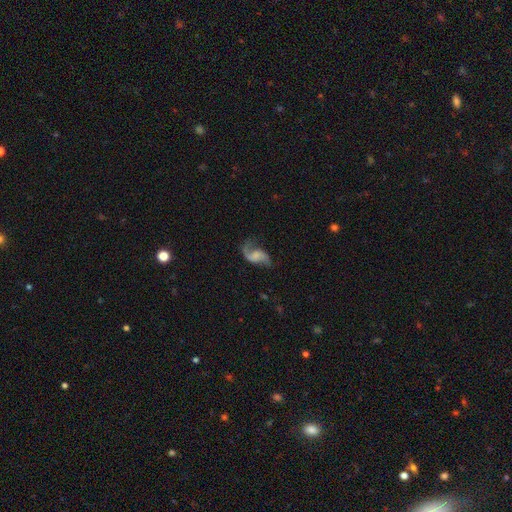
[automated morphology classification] Smooth or featured? Predicted: featured or disk (p=0.80). Edge-on disk? Predicted: no (p=0.97). Bar? Predicted: no (p=0.51). Spiral arms? Predicted: yes (p=0.95). Spiral winding? Predicted: loose (p=0.70). Spiral arm count? Predicted: 2 (p=0.82). Bulge size? Predicted: none (p=0.53). Merging? Predicted: none (p=0.59).